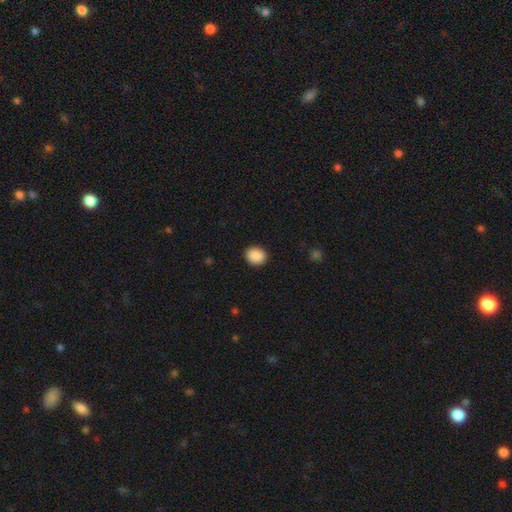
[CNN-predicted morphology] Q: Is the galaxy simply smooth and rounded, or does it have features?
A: smooth — 90%.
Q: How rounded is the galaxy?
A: round — 73%.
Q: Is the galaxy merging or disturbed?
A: none — 91%.